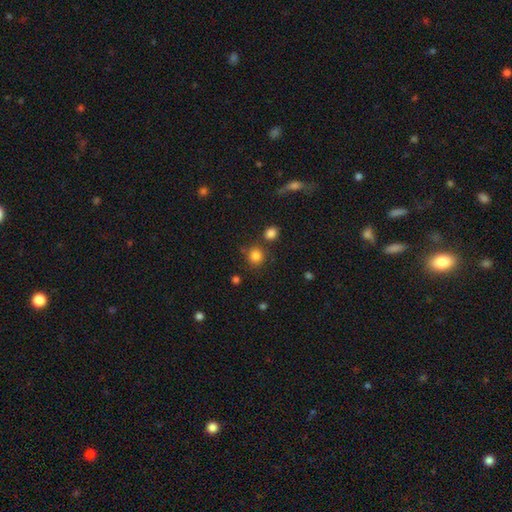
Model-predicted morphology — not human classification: This is clearly a smooth galaxy (83%). How rounded: clearly round (88%). Merging: likely none (76%).